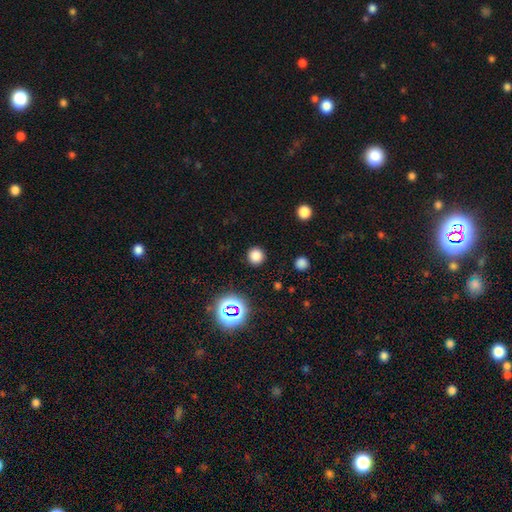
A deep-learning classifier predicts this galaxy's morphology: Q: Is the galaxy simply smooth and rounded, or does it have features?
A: smooth — 78%.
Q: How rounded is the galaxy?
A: round — 91%.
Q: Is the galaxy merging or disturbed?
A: none — 90%.